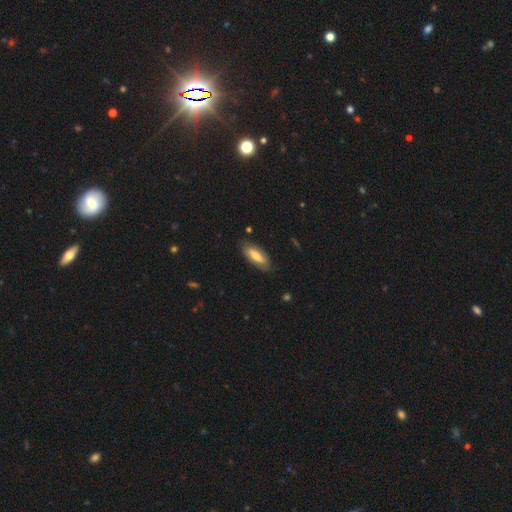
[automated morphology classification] Smooth or featured? smooth (63%)
How rounded? in between (73%)
Merging? none (80%)